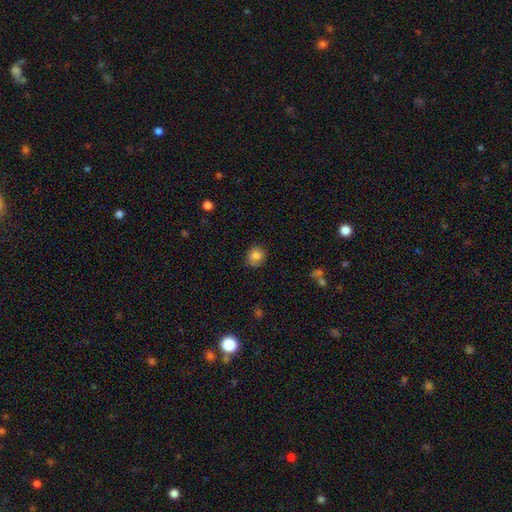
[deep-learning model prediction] Smooth or featured? Predicted: smooth (p=0.83). How rounded? Predicted: round (p=0.85). Merging? Predicted: none (p=0.86).